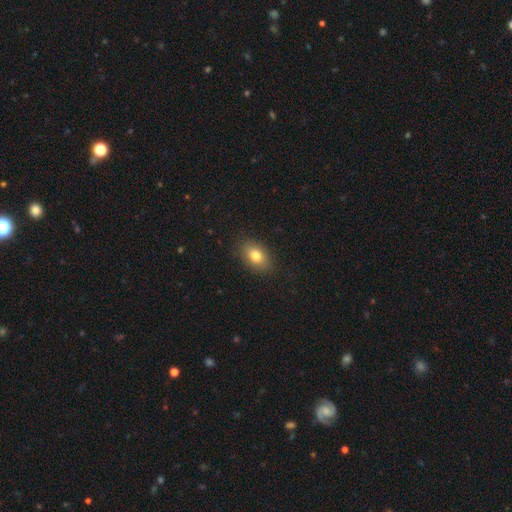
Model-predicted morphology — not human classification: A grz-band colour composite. It shows a smooth galaxy with no disk features (80%) that is in between round and cigar-shaped (82%). Merging: none (86%).